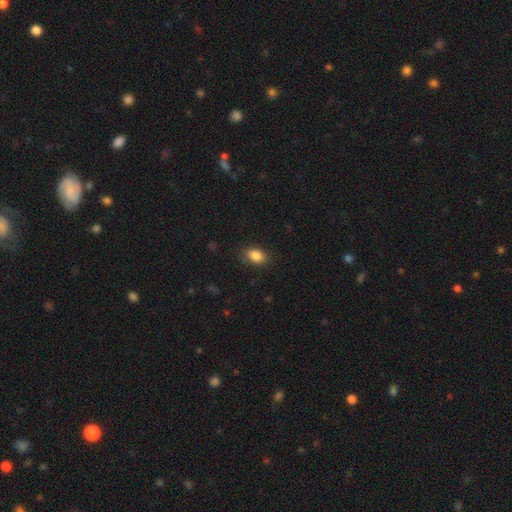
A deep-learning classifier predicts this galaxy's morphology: Smooth or featured?
  - smooth: 86% *
  - star or artifact: 9%
  - featured or disk: 5%
How rounded?
  - in between: 80% *
  - round: 18%
  - cigar-shaped: 2%
Merging?
  - none: 84% *
  - minor disturbance: 12%
  - major disturbance: 3%
  - merger: 1%